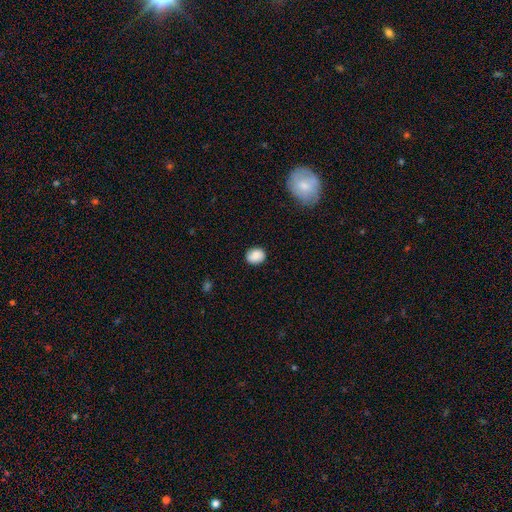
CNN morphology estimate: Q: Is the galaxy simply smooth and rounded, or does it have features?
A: smooth — 84%.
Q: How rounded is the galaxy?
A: round — 61%.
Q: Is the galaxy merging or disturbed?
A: none — 86%.